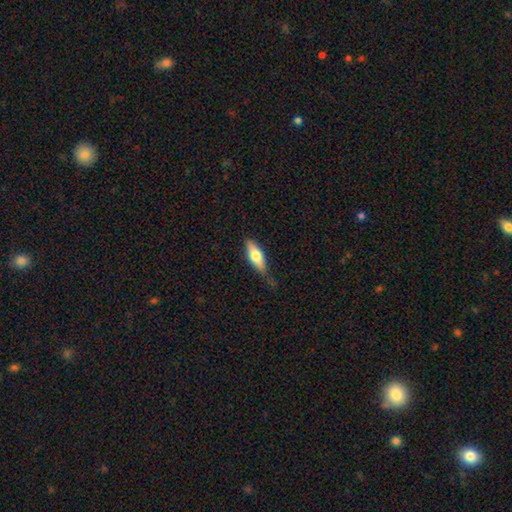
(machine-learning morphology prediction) The model was most divided on "how rounded": in between: 63%, cigar-shaped: 35%, round: 2%. More confident: merging — none (67%); smooth or featured — smooth (66%).